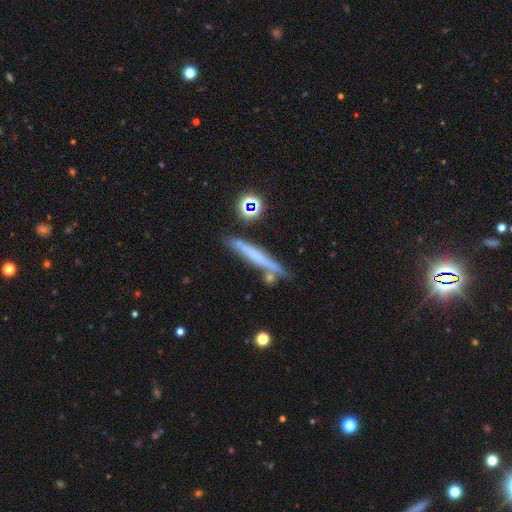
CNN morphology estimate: This is possibly a smooth galaxy (46%). Merging: likely none (77%).